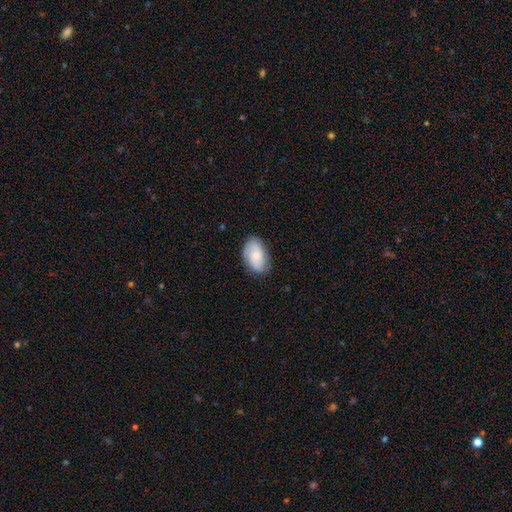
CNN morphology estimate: A smooth galaxy with no disk features (62%) that is in between round and cigar-shaped (92%). Merging: none (78%).